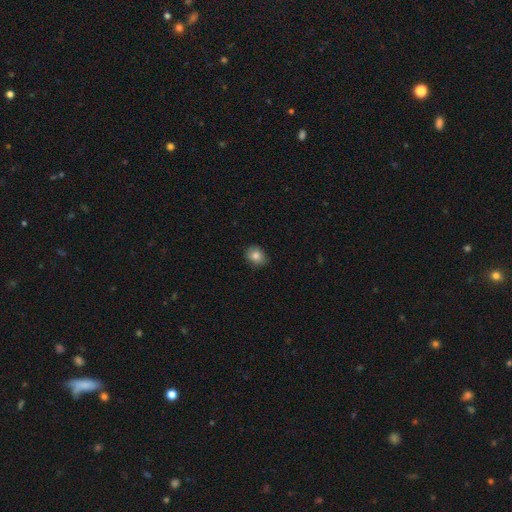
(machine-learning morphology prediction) smooth-or-featured: smooth: 82% | star or artifact: 10% | featured or disk: 8%
  how-rounded: round: 61% | in between: 38% | cigar-shaped: 1%
  merging: none: 84% | minor disturbance: 13% | major disturbance: 2% | merger: 1%